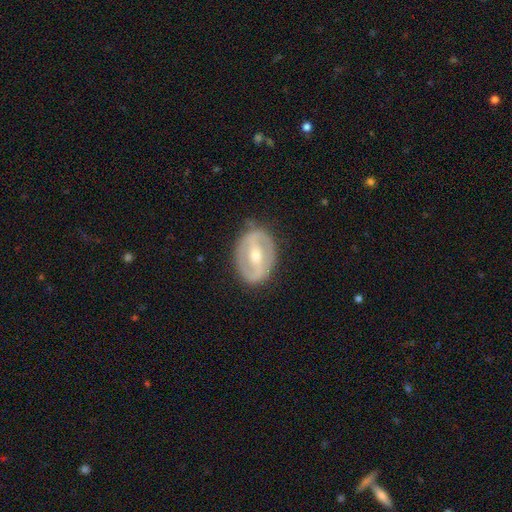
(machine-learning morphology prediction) Smooth or featured? featured or disk (69%)
Edge-on disk? no (94%)
Bar? strong (48%)
Spiral arms? no (61%)
Bulge size? moderate (66%)
Merging? none (81%)